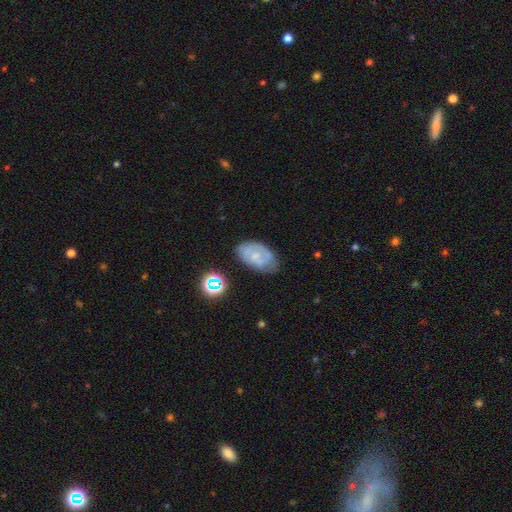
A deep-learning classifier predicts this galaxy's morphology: Overall: featured or disk (48%; smooth 42%). Merging: none (62%; minor disturbance 27%).